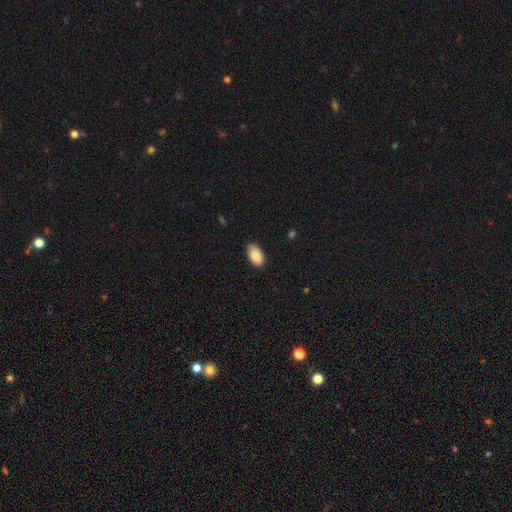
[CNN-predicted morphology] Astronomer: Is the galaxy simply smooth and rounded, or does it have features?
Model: smooth — 89%.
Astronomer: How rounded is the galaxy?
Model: in between — 95%.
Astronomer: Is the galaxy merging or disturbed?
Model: none — 85%.